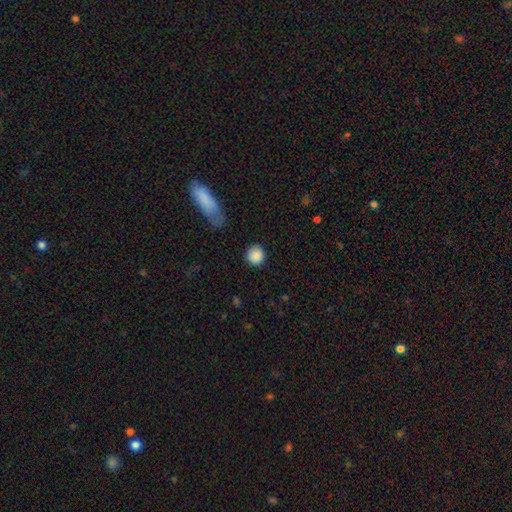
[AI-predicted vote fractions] A smooth galaxy with no disk features (88%) that is round (91%). Merging: none (86%).